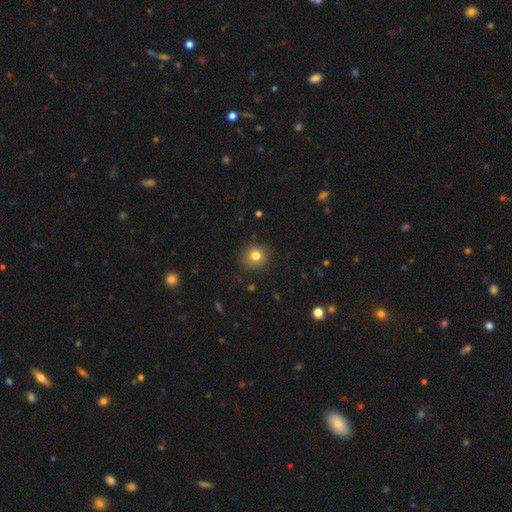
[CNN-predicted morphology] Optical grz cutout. It shows a smooth galaxy with no disk features (81%) that is round (81%). Merging: none (87%).